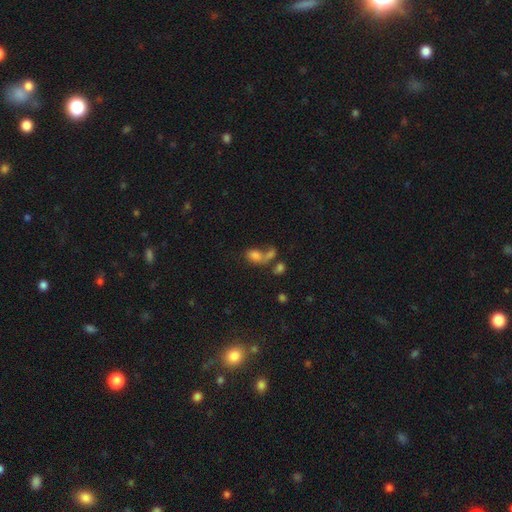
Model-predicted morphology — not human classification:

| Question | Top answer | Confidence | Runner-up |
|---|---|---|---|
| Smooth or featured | smooth | 74% | star or artifact (13%) |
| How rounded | in between | 75% | round (23%) |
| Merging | merger | 50% | none (28%) |